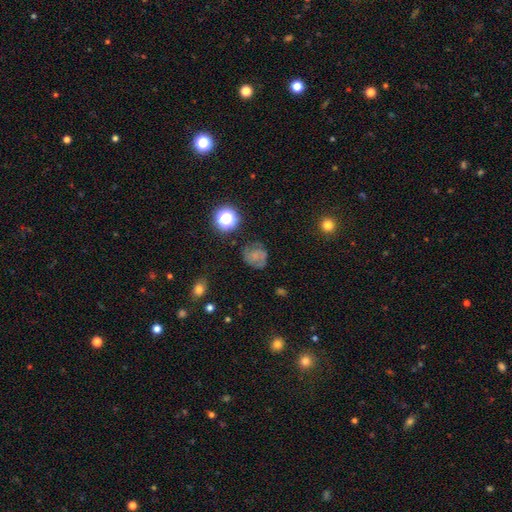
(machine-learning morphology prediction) Smooth or featured: featured or disk — 45% (smooth — 39%)
Merging: none — 66% (minor disturbance — 21%)